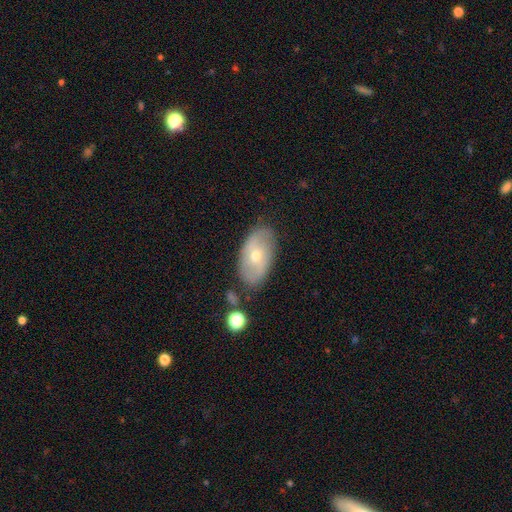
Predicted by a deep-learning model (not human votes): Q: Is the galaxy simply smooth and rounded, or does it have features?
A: featured or disk — 52%.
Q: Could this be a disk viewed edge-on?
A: no — 89%.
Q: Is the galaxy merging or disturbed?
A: none — 78%.